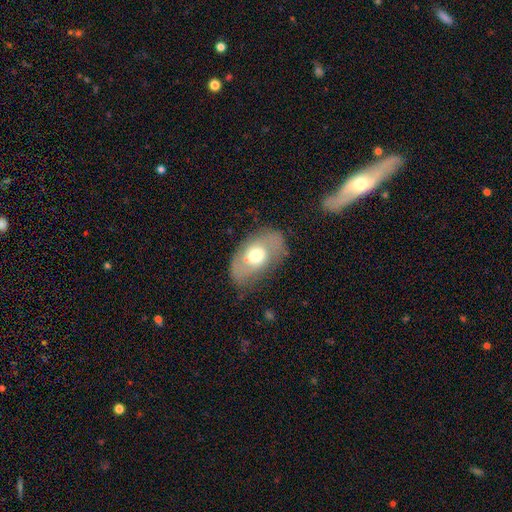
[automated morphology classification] This appears to be a featured or disk galaxy (51%). Merging: none (66%).